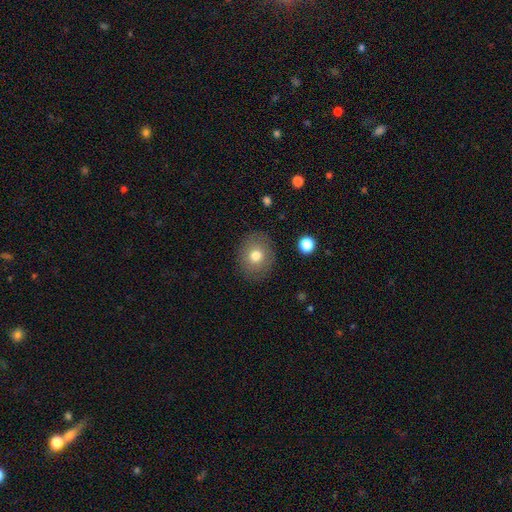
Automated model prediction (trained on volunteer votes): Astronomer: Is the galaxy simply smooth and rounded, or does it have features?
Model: smooth — 76%.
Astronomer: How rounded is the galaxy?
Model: round — 66%.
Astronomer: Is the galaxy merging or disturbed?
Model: none — 86%.